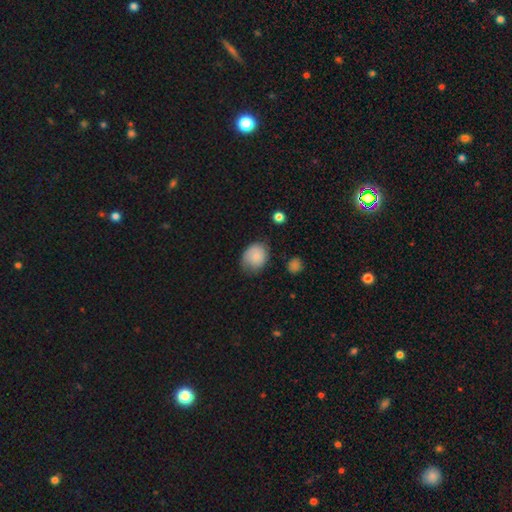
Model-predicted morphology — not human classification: smooth-or-featured: smooth: 79% | featured or disk: 13% | star or artifact: 8%
  how-rounded: round: 53% | in between: 46% | cigar-shaped: 1%
  merging: none: 62% | minor disturbance: 28% | major disturbance: 7% | merger: 2%